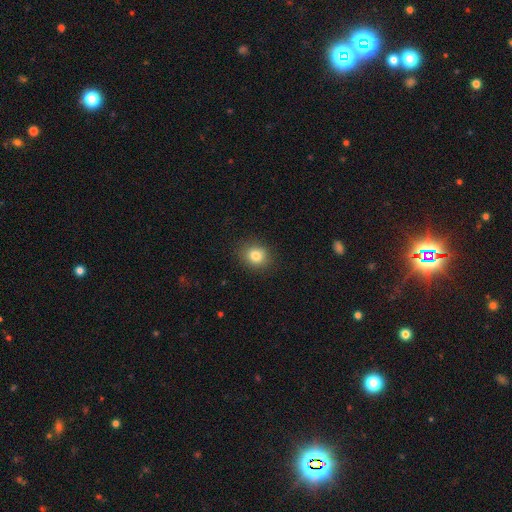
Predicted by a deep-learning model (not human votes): This is clearly a smooth galaxy (82%). How rounded: likely round (70%). Merging: clearly none (87%).